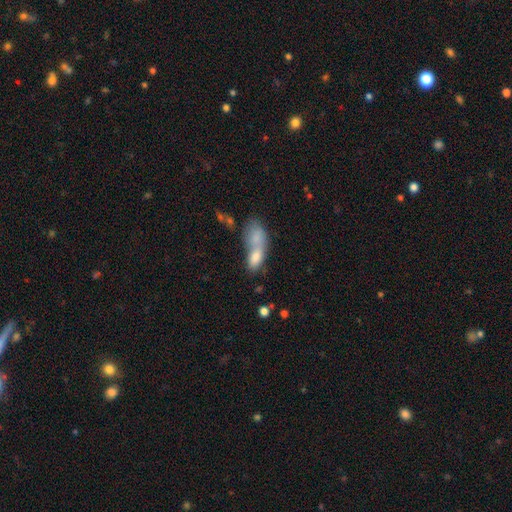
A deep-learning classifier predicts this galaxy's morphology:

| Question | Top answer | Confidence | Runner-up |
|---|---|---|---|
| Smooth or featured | smooth | 75% | featured or disk (16%) |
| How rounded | in between | 78% | cigar-shaped (14%) |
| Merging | merger | 65% | none (20%) |